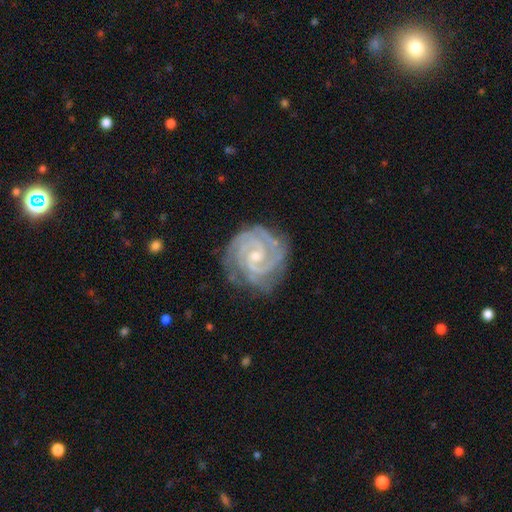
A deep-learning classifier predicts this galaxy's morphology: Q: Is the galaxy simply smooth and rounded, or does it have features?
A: featured or disk — 92%.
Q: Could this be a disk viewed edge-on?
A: no — 98%.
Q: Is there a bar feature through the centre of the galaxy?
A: no — 56%.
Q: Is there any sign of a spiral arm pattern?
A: yes — 99%.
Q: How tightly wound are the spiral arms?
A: tight — 78%.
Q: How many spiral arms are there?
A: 2 — 43%.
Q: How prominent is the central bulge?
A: small — 66%.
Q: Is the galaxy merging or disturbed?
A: none — 76%.